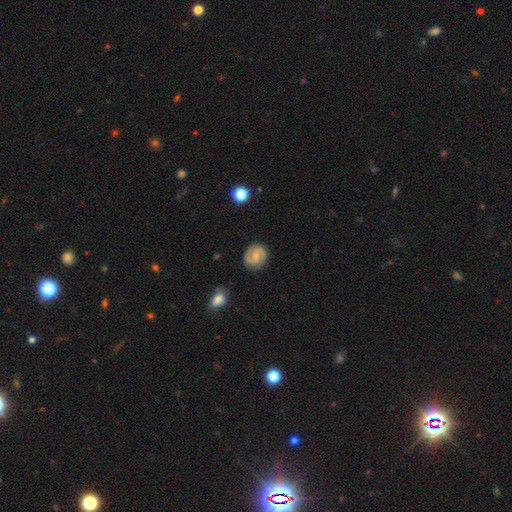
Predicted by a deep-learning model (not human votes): Smooth or featured? Predicted: featured or disk (p=0.79). Edge-on disk? Predicted: no (p=0.98). Bar? Predicted: no (p=0.48). Spiral arms? Predicted: yes (p=0.97). Spiral winding? Predicted: tight (p=0.48). Spiral arm count? Predicted: 2 (p=0.91). Bulge size? Predicted: small (p=0.56). Merging? Predicted: none (p=0.86).